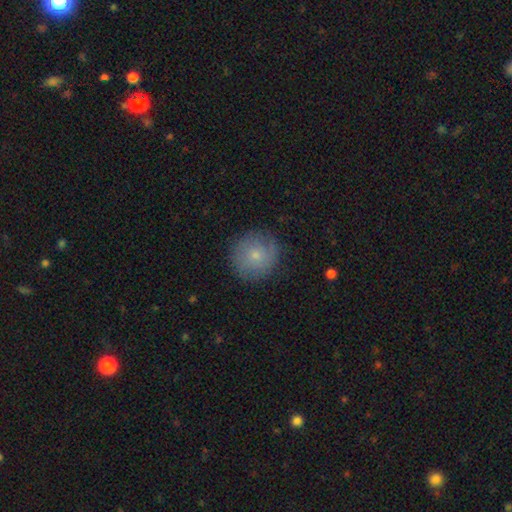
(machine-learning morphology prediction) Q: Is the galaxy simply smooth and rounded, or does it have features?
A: smooth — 66%.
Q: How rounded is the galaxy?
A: round — 92%.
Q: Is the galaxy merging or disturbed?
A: none — 79%.